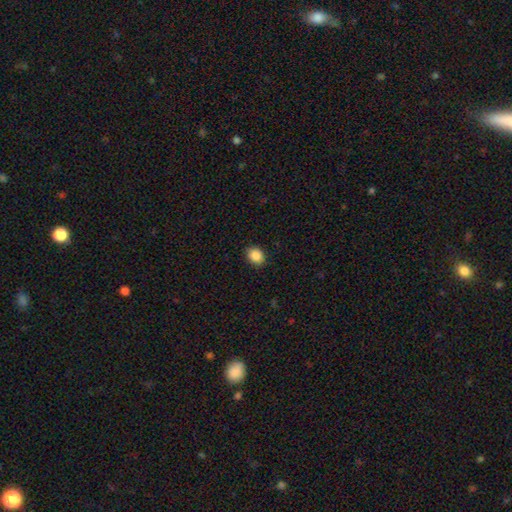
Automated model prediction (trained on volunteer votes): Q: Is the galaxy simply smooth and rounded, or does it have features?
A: smooth — 88%.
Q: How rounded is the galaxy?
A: in between — 53%.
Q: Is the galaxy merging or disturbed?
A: none — 89%.